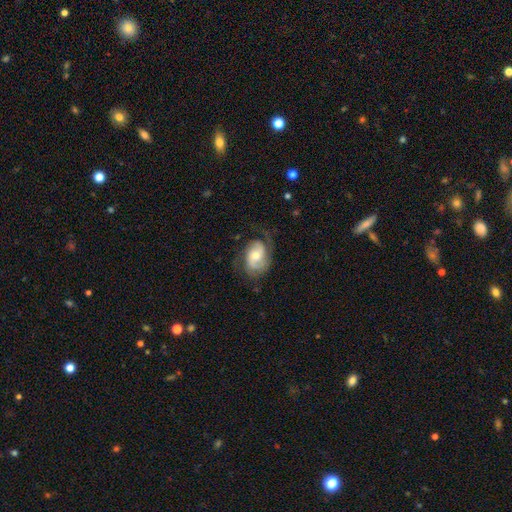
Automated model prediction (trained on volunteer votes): Overall: featured or disk (67%). Edge-on disk: no (96%). Bar: no (64%; weak 30%). Spiral arms: yes (88%). Spiral arm count: 2 (62%). Spiral winding: medium (42%; tight 32%). Bulge size: moderate (59%; small 35%). Merging: none (61%; minor disturbance 23%).